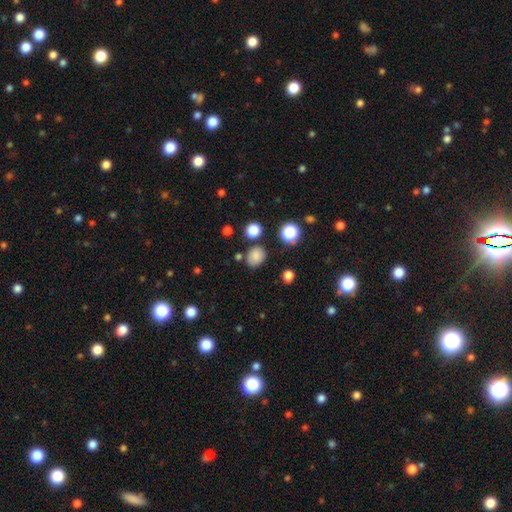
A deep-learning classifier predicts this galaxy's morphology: Smooth or featured? Predicted: smooth (p=0.79). How rounded? Predicted: round (p=0.59). Merging? Predicted: none (p=0.76).